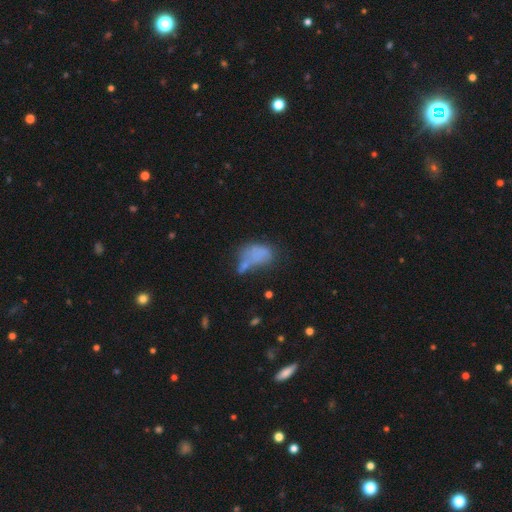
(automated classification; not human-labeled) smooth_or_featured: smooth (p=0.65) [alt: featured or disk p=0.21]
how_rounded: in between (p=0.87) [alt: round p=0.10]
merging: none (p=0.29) [alt: major disturbance p=0.26]